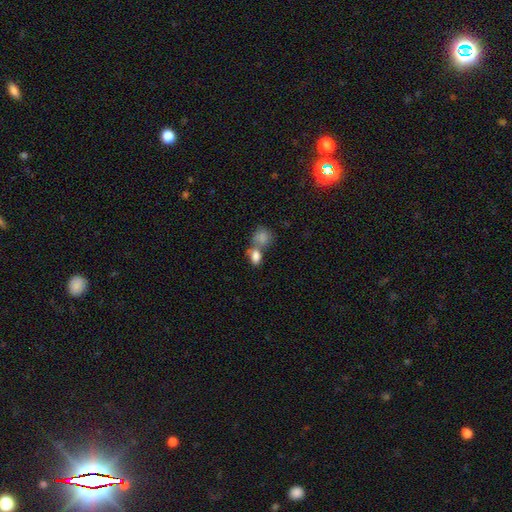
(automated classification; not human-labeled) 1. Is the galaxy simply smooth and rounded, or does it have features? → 82% smooth, 9% featured or disk, 9% star or artifact.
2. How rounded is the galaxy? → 75% in between, 23% round, 2% cigar-shaped.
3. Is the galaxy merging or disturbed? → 54% merger, 31% none, 10% minor disturbance, 5% major disturbance.